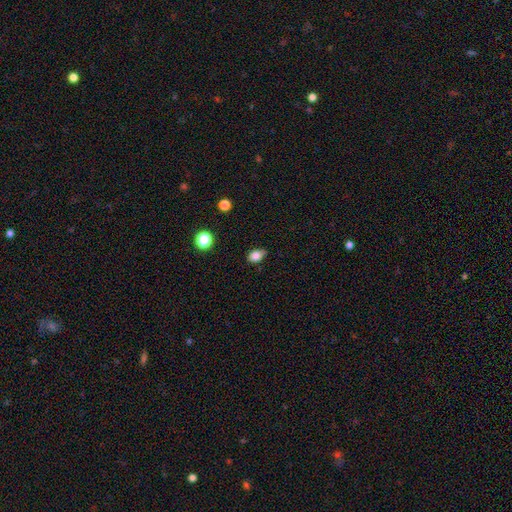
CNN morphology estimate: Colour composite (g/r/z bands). It shows a smooth galaxy with no disk features (83%) that is in between round and cigar-shaped (78%). Merging: none (75%).